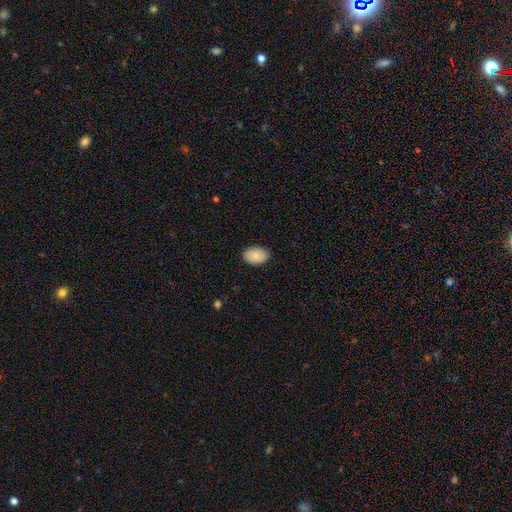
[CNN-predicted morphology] smooth-or-featured: smooth: 84% | featured or disk: 10% | star or artifact: 6%
  how-rounded: in between: 85% | round: 14% | cigar-shaped: 1%
  merging: none: 85% | minor disturbance: 12% | major disturbance: 2% | merger: 1%